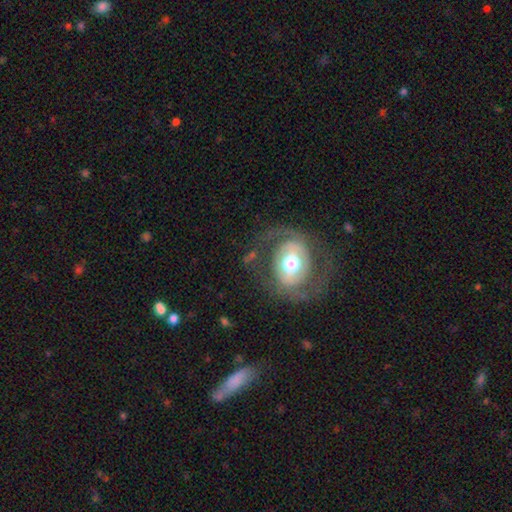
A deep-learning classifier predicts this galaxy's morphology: featured or disk 79%, smooth 16%, star or artifact 6%. Down the decision tree: edge-on disk — no (97%); bar — no (44%); spiral arms — yes (81%); spiral arm count — 2 (86%); spiral winding — medium (47%); bulge size — moderate (64%); merging — none (71%).